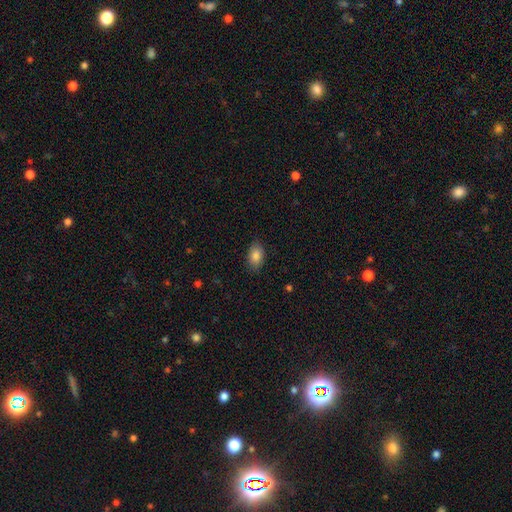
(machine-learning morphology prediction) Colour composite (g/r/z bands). It shows a smooth galaxy with no disk features (85%) that is in between round and cigar-shaped (90%). Merging: none (86%).